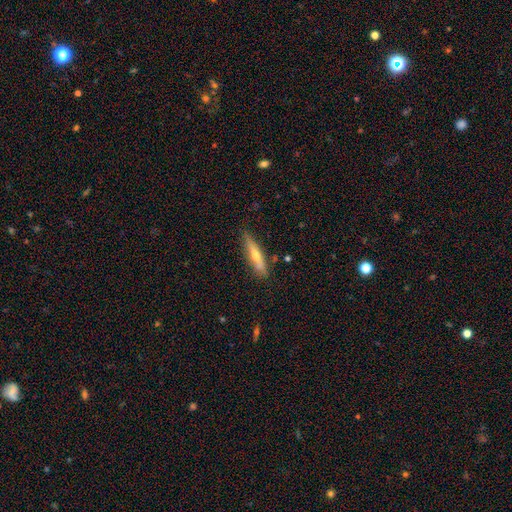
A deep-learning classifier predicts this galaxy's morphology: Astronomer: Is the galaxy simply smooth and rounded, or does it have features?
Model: featured or disk — 52% (runner-up: smooth, 42%).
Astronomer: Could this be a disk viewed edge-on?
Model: yes — 91%.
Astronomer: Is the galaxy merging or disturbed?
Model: none — 80%.